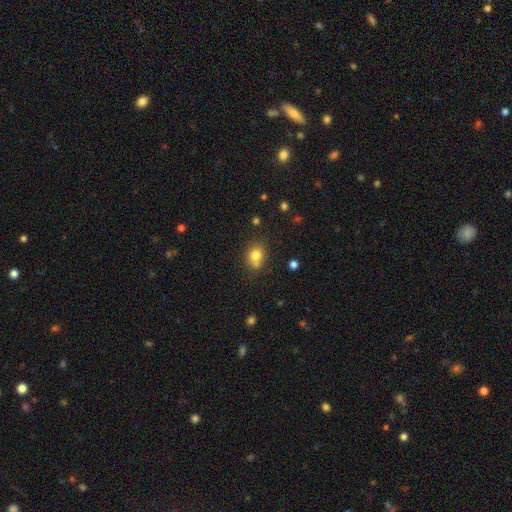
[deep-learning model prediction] Smooth or featured? Predicted: smooth (p=0.76). How rounded? Predicted: round (p=0.62). Merging? Predicted: none (p=0.57).